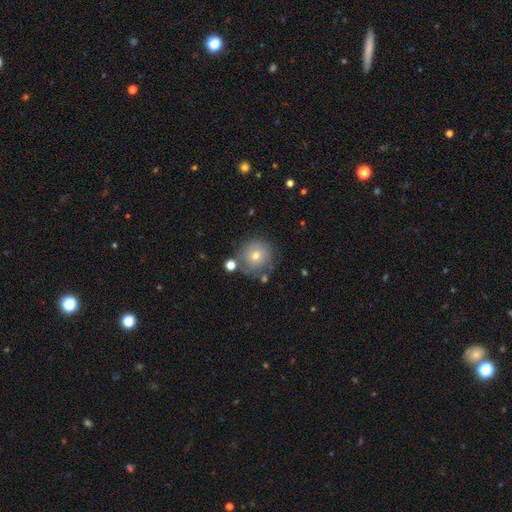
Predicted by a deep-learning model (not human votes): Smooth or featured? Predicted: smooth (p=0.64). How rounded? Predicted: round (p=0.95). Merging? Predicted: none (p=0.75).